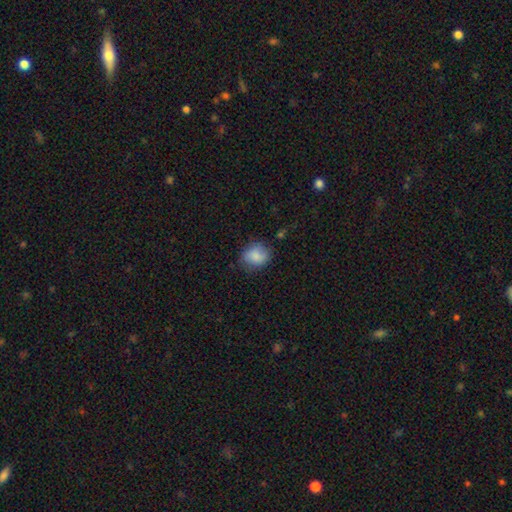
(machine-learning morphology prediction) smooth-or-featured: smooth: 83% | featured or disk: 9% | star or artifact: 8%
  how-rounded: round: 67% | in between: 32% | cigar-shaped: 1%
  merging: none: 72% | minor disturbance: 20% | major disturbance: 5% | merger: 2%